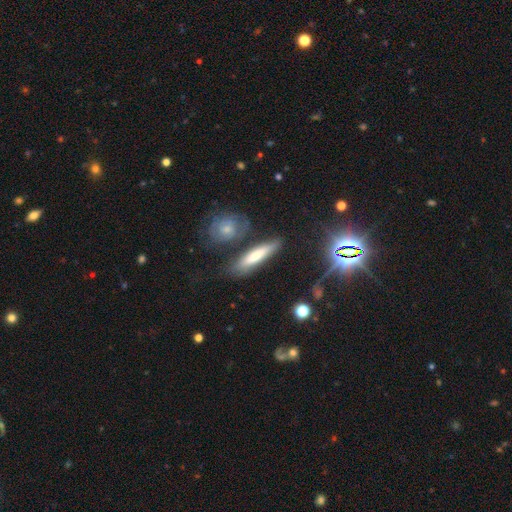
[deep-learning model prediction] Smooth or featured? Predicted: smooth (p=0.64). How rounded? Predicted: cigar-shaped (p=0.76). Merging? Predicted: none (p=0.73).